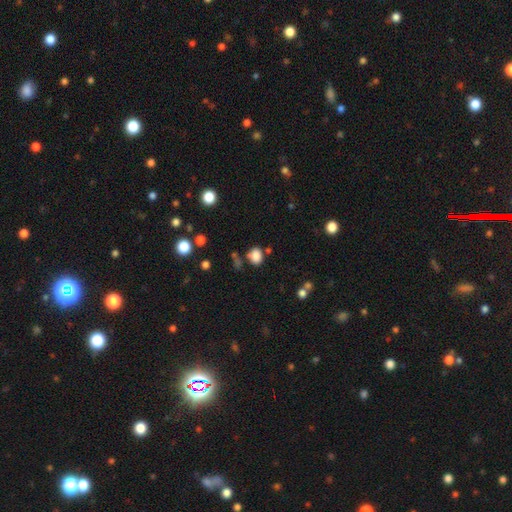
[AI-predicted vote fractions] Smooth or featured: smooth — 84% (star or artifact — 11%)
How rounded: in between — 51% (round — 48%)
Merging: none — 71% (minor disturbance — 15%)